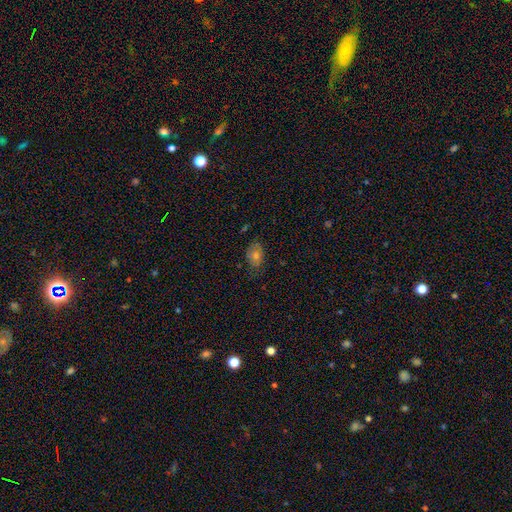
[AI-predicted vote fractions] smooth_or_featured: smooth (p=0.54) [alt: featured or disk p=0.28]
how_rounded: in between (p=0.73) [alt: round p=0.25]
merging: none (p=0.72) [alt: minor disturbance p=0.21]